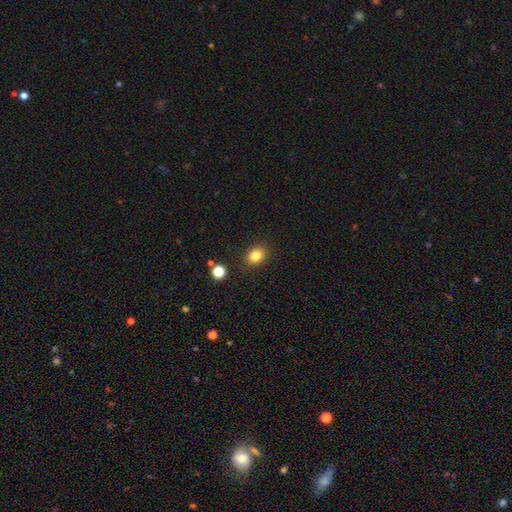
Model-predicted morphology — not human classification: Smooth or featured? smooth (83%)
How rounded? in between (51%)
Merging? none (87%)